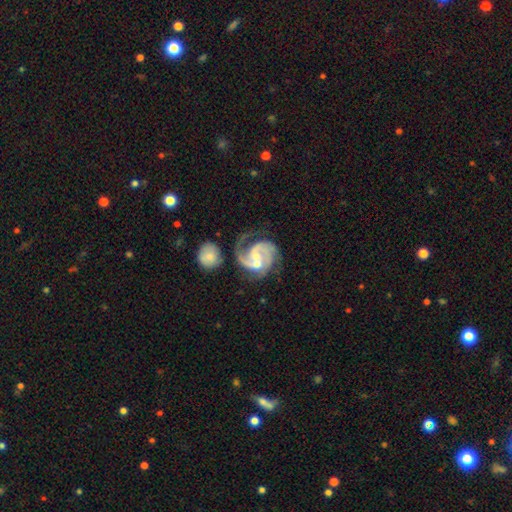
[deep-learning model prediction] smooth-or-featured: featured or disk: 89% | smooth: 6% | star or artifact: 5%
  disk-edge-on: no: 98% | yes: 2%
    bar: no: 44% | weak: 43% | strong: 13%
    has-spiral-arms: yes: 97% | no: 3%
      spiral-winding: medium: 53% | tight: 28% | loose: 19%
      spiral-arm-count: 2: 69% | 3: 11% | 1: 10% | can't tell: 6% | 4: 2% | more than 4: 2%
    bulge-size: small: 47% | moderate: 44% | none: 5% | large: 3% | dominant: 1%
  merging: none: 37% | merger: 26% | major disturbance: 20% | minor disturbance: 17%